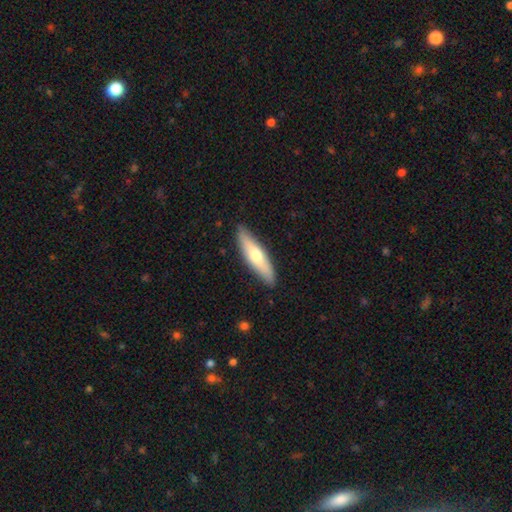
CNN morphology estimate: smooth_or_featured: smooth (p=0.56) [alt: featured or disk p=0.39]
how_rounded: cigar-shaped (p=0.72) [alt: in between p=0.27]
merging: none (p=0.88) [alt: minor disturbance p=0.09]